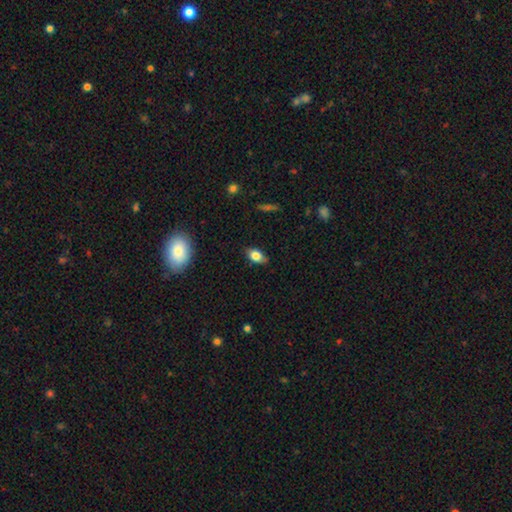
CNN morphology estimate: The model was most divided on "merging": none: 78%, minor disturbance: 18%, major disturbance: 3%, merger: 1%. More confident: how rounded — in between (86%); smooth or featured — smooth (79%).